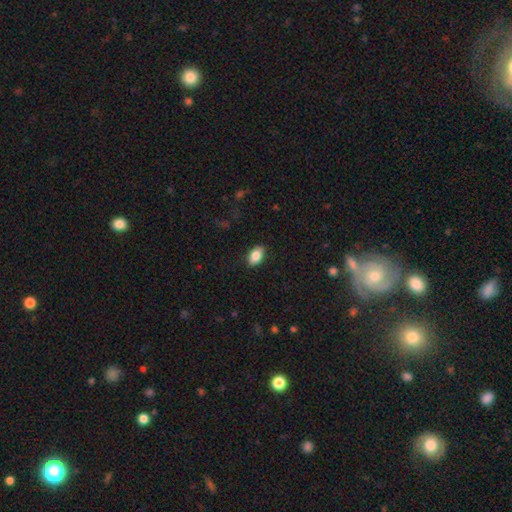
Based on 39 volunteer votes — smooth-or-featured: smooth: 85% | featured or disk: 8% | star or artifact: 8%
  how-rounded: in between: 97% | round: 3% | cigar-shaped: 0%
  merging: none: 89% | minor disturbance: 8% | major disturbance: 3% | merger: 0%